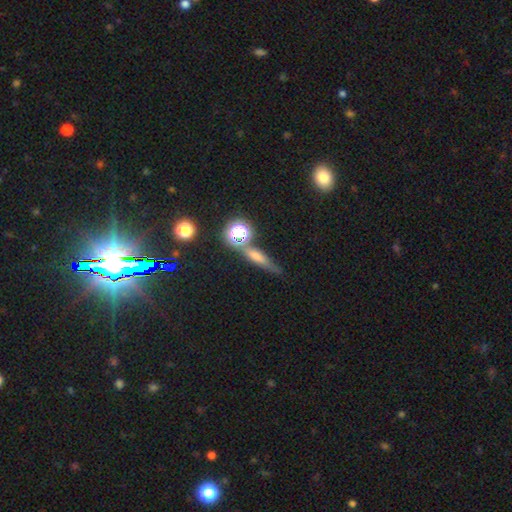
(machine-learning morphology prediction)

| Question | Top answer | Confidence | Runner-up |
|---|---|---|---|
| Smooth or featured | smooth | 48% | featured or disk (27%) |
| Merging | none | 69% | minor disturbance (14%) |